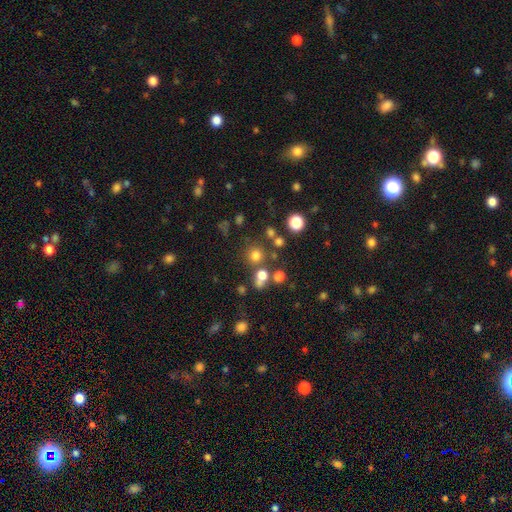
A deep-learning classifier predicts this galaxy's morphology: Smooth or featured? Predicted: smooth (p=0.72). How rounded? Predicted: round (p=0.91). Merging? Predicted: none (p=0.73).